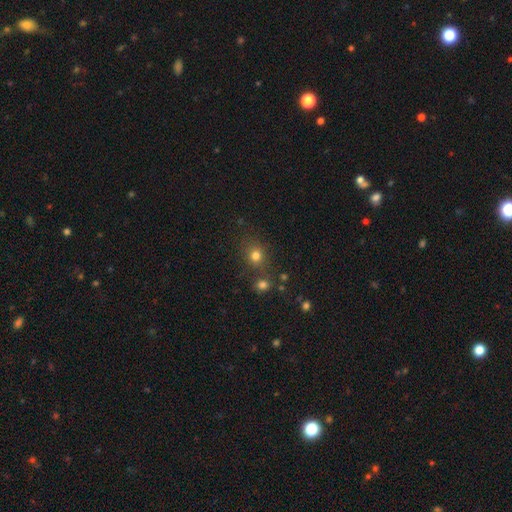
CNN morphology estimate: Smooth or featured?
  - smooth: 76% *
  - star or artifact: 17%
  - featured or disk: 8%
How rounded?
  - round: 78% *
  - in between: 21%
  - cigar-shaped: 1%
Merging?
  - none: 69% *
  - merger: 16%
  - minor disturbance: 11%
  - major disturbance: 4%